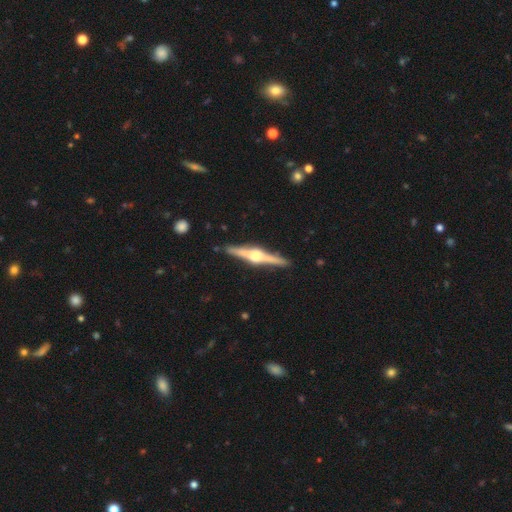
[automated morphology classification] This appears to be a featured or disk galaxy (82%) viewed edge-on (98%) with a rounded central bulge (91%). Merging: none (90%).